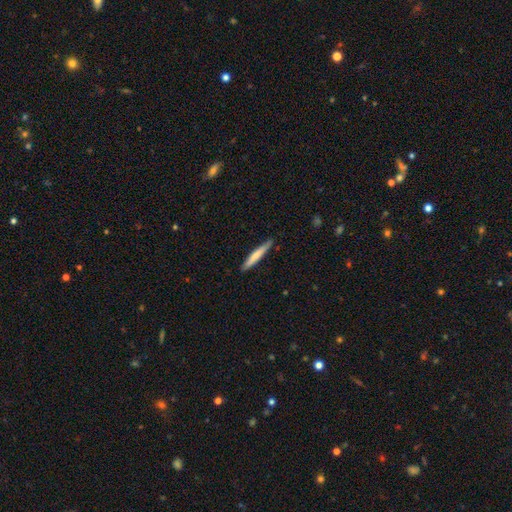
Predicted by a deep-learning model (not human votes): A smooth galaxy with no disk features (67%) that is cigar-shaped (95%).

Vote fractions:
- Smooth or featured? smooth: 67% / featured or disk: 28% / star or artifact: 5%
- How rounded? cigar-shaped: 95% / in between: 4% / round: 1%
- Merging? none: 87% / minor disturbance: 10% / major disturbance: 2% / merger: 1%